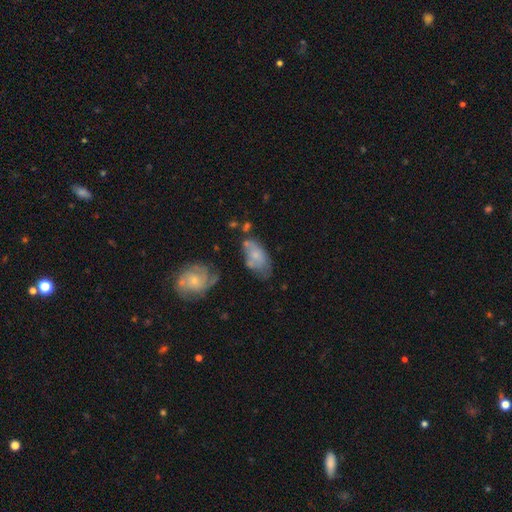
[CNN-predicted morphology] This appears to be a smooth galaxy with no disk features (55%) that is in between round and cigar-shaped (90%). Merging: none (40%).